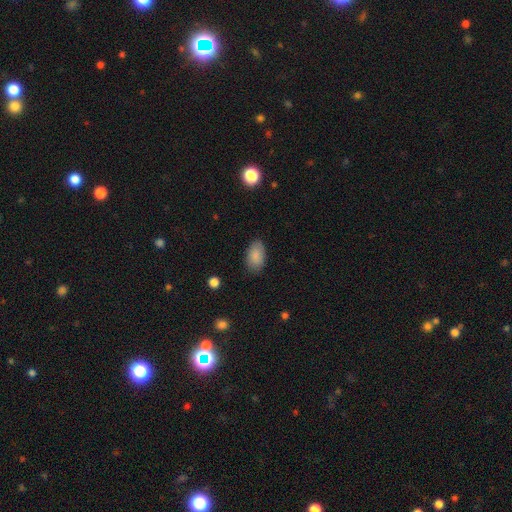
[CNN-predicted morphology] Q: Smooth or featured?
A: smooth (87%); runner-up: star or artifact (7%)
Q: How rounded?
A: in between (93%); runner-up: round (5%)
Q: Merging?
A: none (82%); runner-up: minor disturbance (14%)